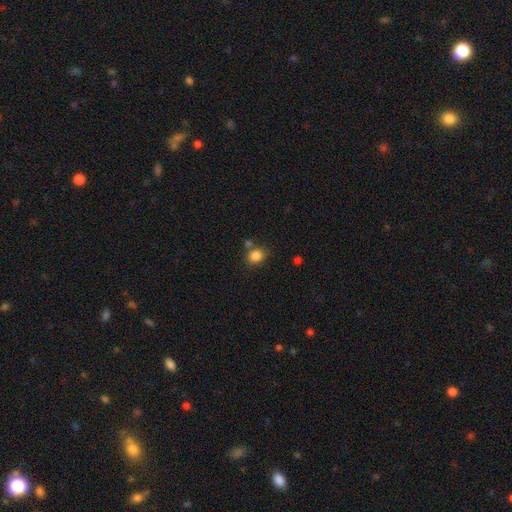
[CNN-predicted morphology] This appears to be a smooth galaxy with no disk features (85%) that is round (58%). Merging: none (71%).